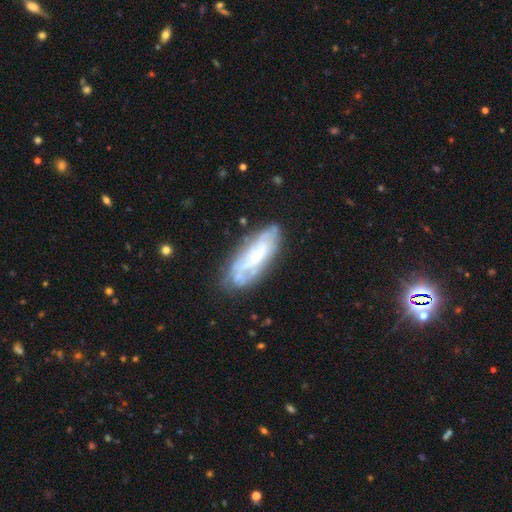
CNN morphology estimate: This is likely a featured or disk galaxy (66%). It is likely not viewed edge-on (80%). Bar: likely no (63%). Spiral arm pattern: likely yes (61%). Central bulge: possibly small (57%). Merging: likely none (70%).